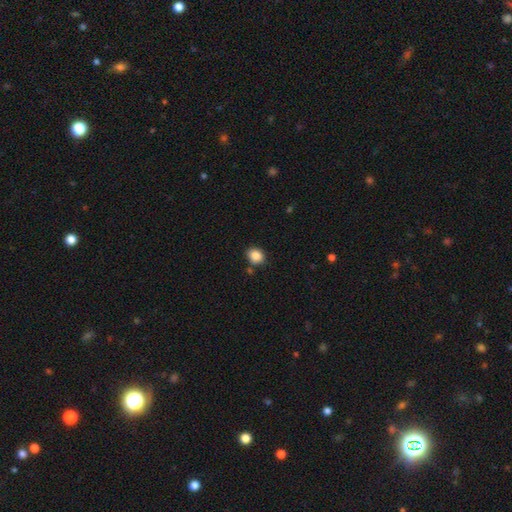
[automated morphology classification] Smooth or featured?
  - smooth: 86% *
  - star or artifact: 9%
  - featured or disk: 4%
How rounded?
  - round: 62% *
  - in between: 37%
  - cigar-shaped: 1%
Merging?
  - none: 81% *
  - minor disturbance: 11%
  - merger: 5%
  - major disturbance: 3%